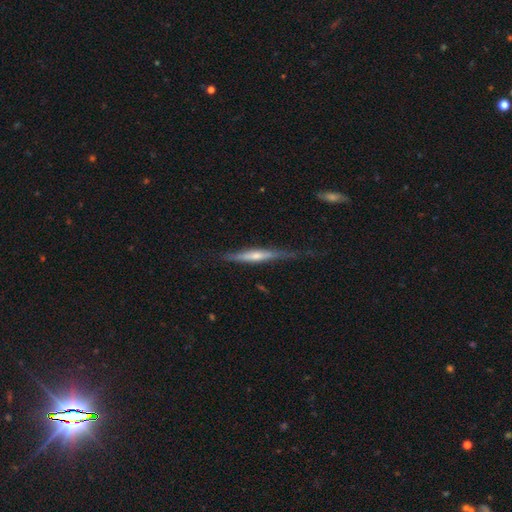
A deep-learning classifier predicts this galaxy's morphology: Smooth or featured? Predicted: featured or disk (p=0.61). Edge-on disk? Predicted: yes (p=0.94). Edge-on bulge? Predicted: rounded (p=0.62). Merging? Predicted: none (p=0.67).